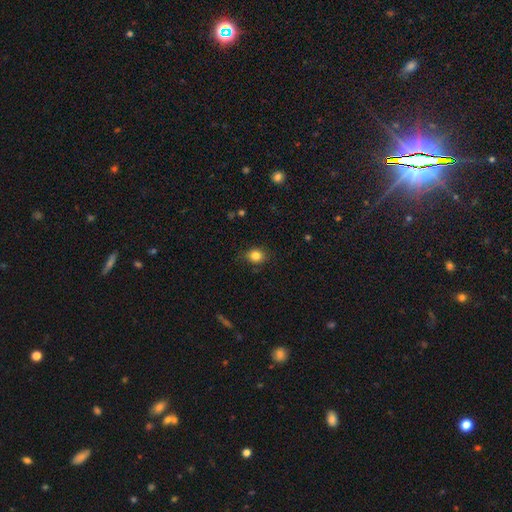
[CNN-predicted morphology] smooth-or-featured: smooth: 83% | star or artifact: 11% | featured or disk: 6%
  how-rounded: round: 65% | in between: 34% | cigar-shaped: 1%
  merging: none: 80% | minor disturbance: 15% | major disturbance: 3% | merger: 1%